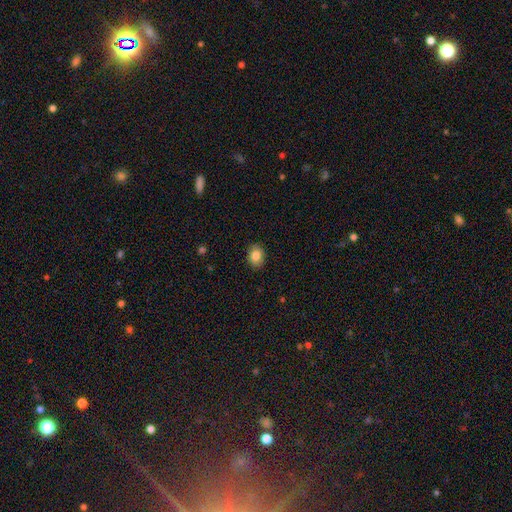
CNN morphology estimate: Smooth or featured? smooth (85%)
How rounded? in between (63%)
Merging? none (89%)